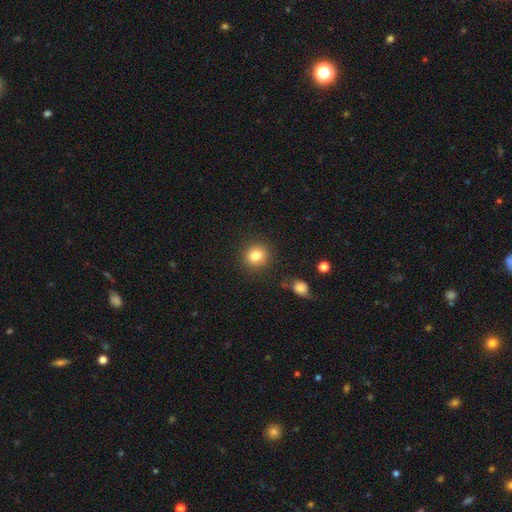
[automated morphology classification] smooth-or-featured: smooth: 82% | star or artifact: 11% | featured or disk: 7%
  how-rounded: round: 88% | in between: 11% | cigar-shaped: 1%
  merging: none: 88% | minor disturbance: 7% | major disturbance: 3% | merger: 2%